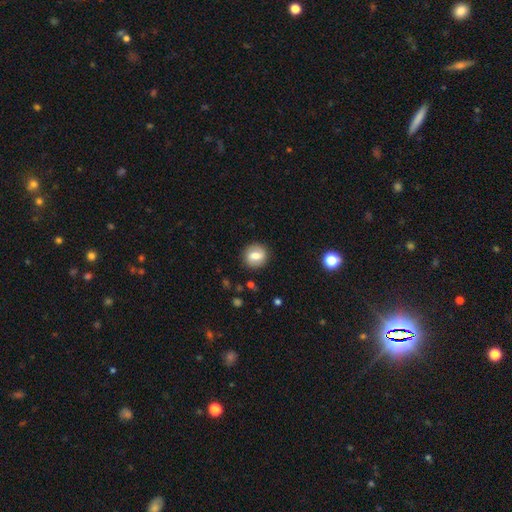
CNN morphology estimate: This appears to be a smooth galaxy with no disk features (70%) that is round (84%). Merging: none (88%).